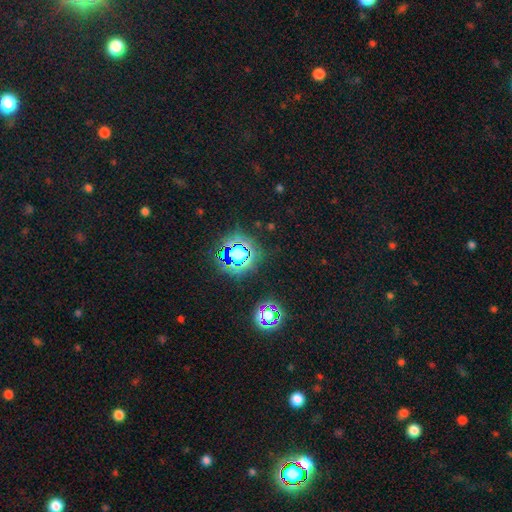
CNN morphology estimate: Smooth or featured: star or artifact — 78% (smooth — 15%)